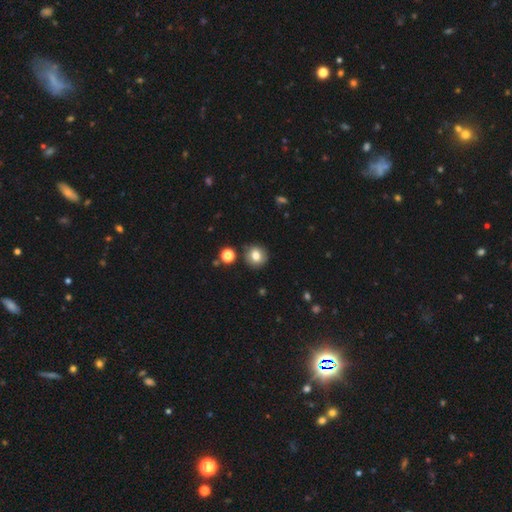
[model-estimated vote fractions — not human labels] A smooth galaxy with no disk features (78%) that is round (89%). Merging: none (86%).